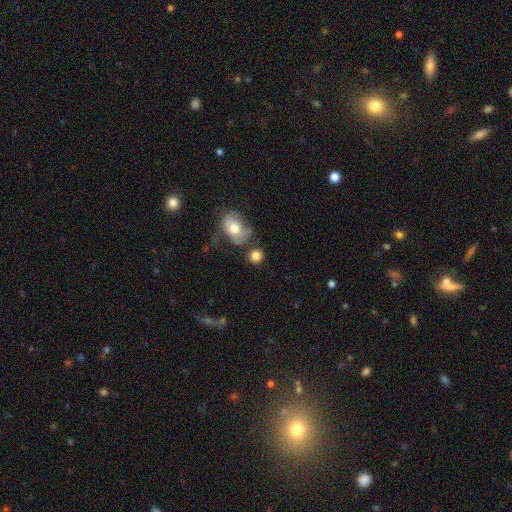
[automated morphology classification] A smooth galaxy with no disk features (81%) that is round (77%). Merging: none (61%).